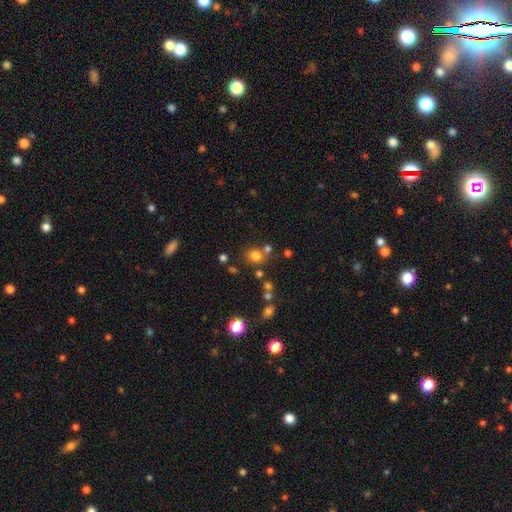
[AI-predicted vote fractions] Overall: smooth (74%). How rounded: round (80%). Merging: none (69%).